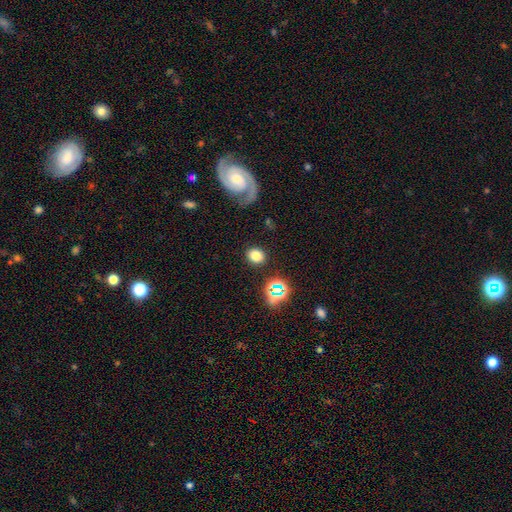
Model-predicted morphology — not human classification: Overall: smooth (77%). How rounded: round (61%; in between 38%). Merging: none (86%).